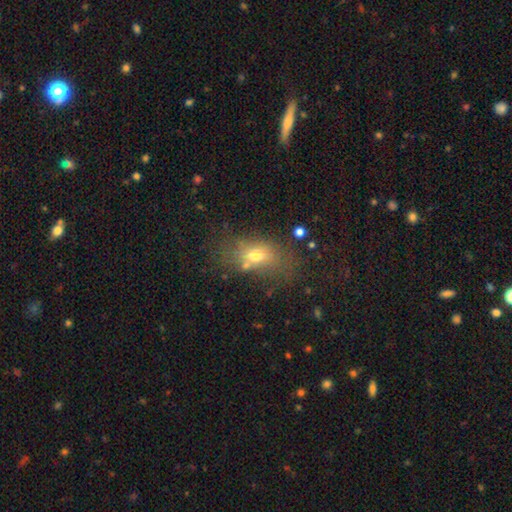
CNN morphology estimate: Smooth or featured: smooth — 64% (featured or disk — 22%)
How rounded: in between — 79% (round — 18%)
Merging: none — 57% (minor disturbance — 20%)